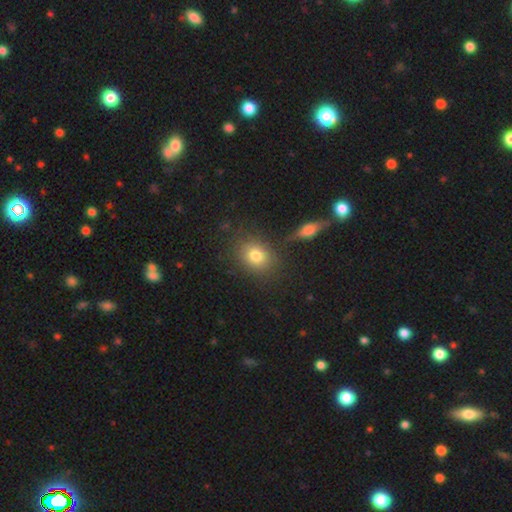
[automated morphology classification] This appears to be a smooth galaxy with no disk features (78%) that is round (53%). Merging: none (79%).